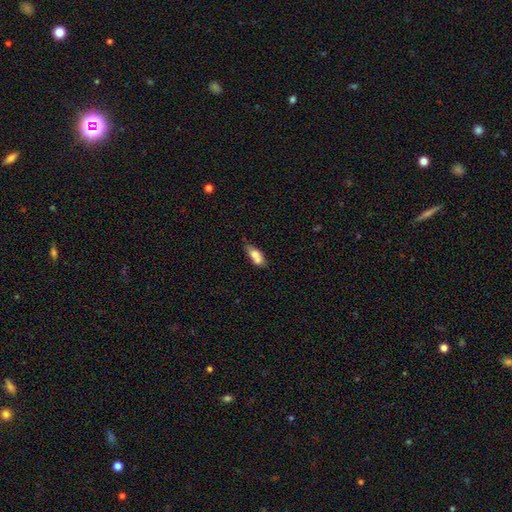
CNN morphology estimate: Overall: smooth (67%). How rounded: in between (74%). Merging: merger (41%; none 35%).